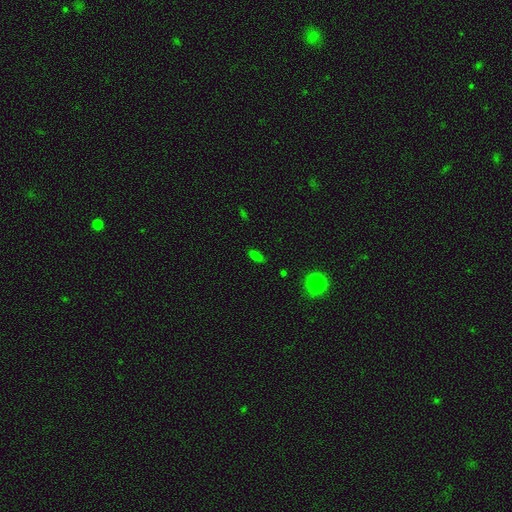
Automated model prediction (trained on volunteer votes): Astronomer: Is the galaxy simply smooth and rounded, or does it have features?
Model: smooth — 74%.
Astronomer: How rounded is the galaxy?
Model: in between — 75%.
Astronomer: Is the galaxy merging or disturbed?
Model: none — 82%.